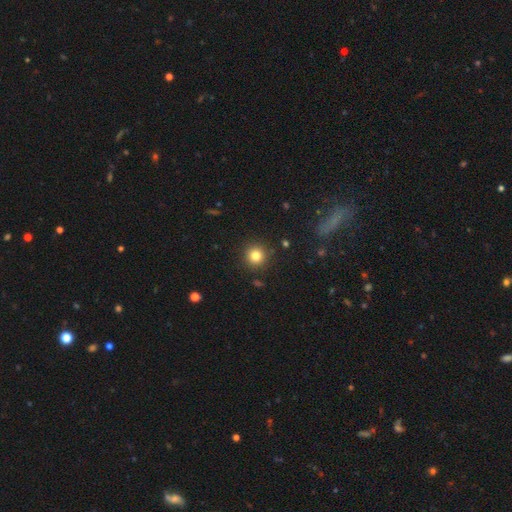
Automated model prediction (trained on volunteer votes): smooth-or-featured: smooth: 83% | star or artifact: 12% | featured or disk: 6%
  how-rounded: round: 94% | in between: 5% | cigar-shaped: 1%
  merging: none: 90% | minor disturbance: 6% | major disturbance: 2% | merger: 2%